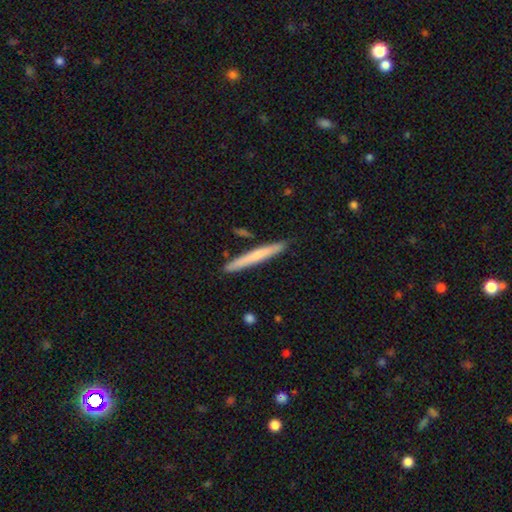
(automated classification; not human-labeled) The model was most divided on "smooth or featured": smooth: 63%, featured or disk: 32%, star or artifact: 5%. More confident: how rounded — cigar-shaped (97%); merging — none (89%).